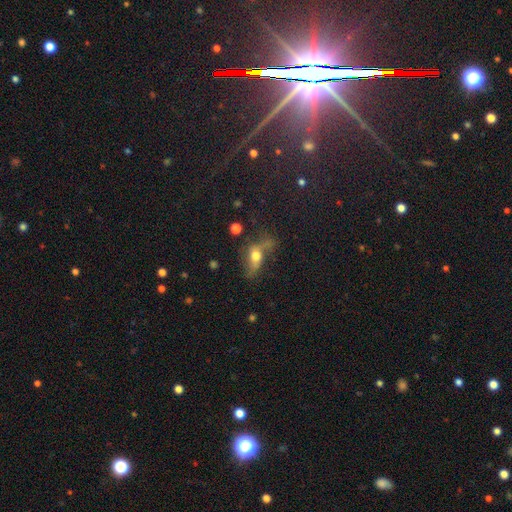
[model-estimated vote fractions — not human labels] Q: Smooth or featured?
A: smooth (52%); runner-up: featured or disk (35%)
Q: How rounded?
A: in between (70%); runner-up: cigar-shaped (16%)
Q: Merging?
A: none (37%); runner-up: major disturbance (31%)